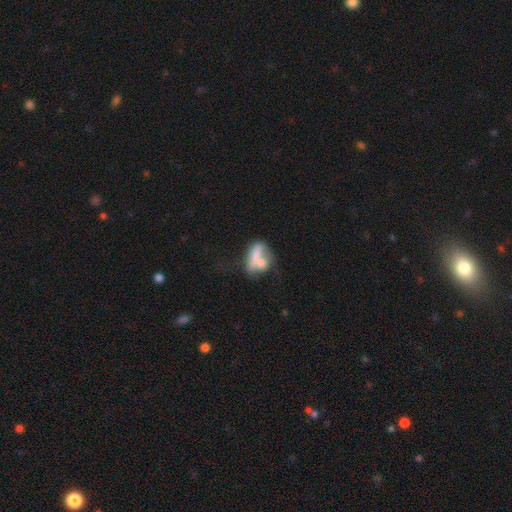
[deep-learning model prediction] smooth-or-featured: smooth: 58% | featured or disk: 33% | star or artifact: 9%
  how-rounded: in between: 71% | round: 19% | cigar-shaped: 10%
  merging: merger: 51% | none: 22% | major disturbance: 14% | minor disturbance: 12%